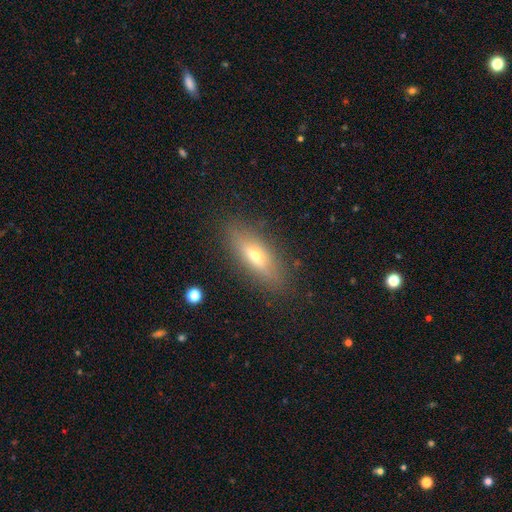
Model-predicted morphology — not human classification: The model was most divided on "smooth or featured": smooth: 48%, featured or disk: 43%, star or artifact: 9%. More confident: merging — none (84%).